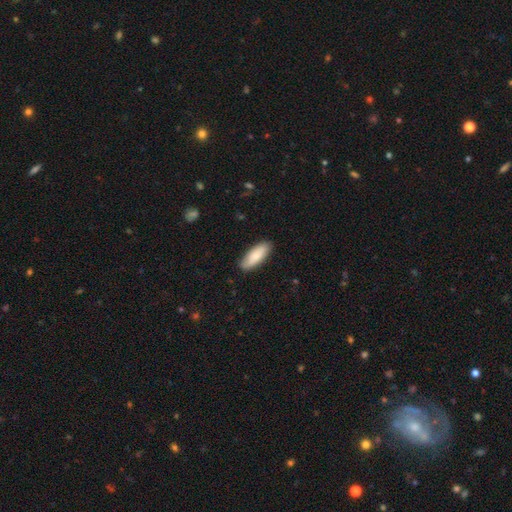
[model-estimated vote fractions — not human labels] smooth-or-featured: smooth: 75% | featured or disk: 19% | star or artifact: 6%
  how-rounded: in between: 74% | cigar-shaped: 25% | round: 2%
  merging: none: 84% | minor disturbance: 13% | major disturbance: 2% | merger: 1%